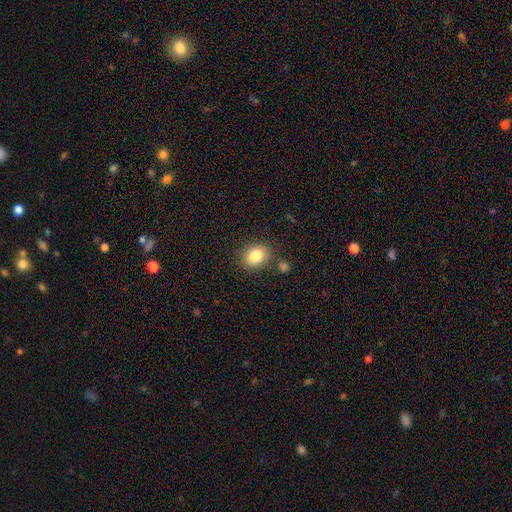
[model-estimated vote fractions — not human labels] Smooth or featured?
  - smooth: 83% *
  - star or artifact: 9%
  - featured or disk: 8%
How rounded?
  - in between: 57% *
  - round: 42%
  - cigar-shaped: 1%
Merging?
  - none: 79% *
  - minor disturbance: 11%
  - merger: 6%
  - major disturbance: 3%